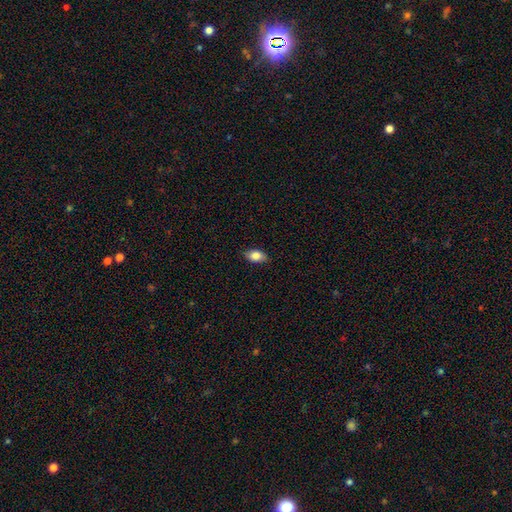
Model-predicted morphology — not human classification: Smooth or featured? smooth (83%)
How rounded? in between (88%)
Merging? none (83%)